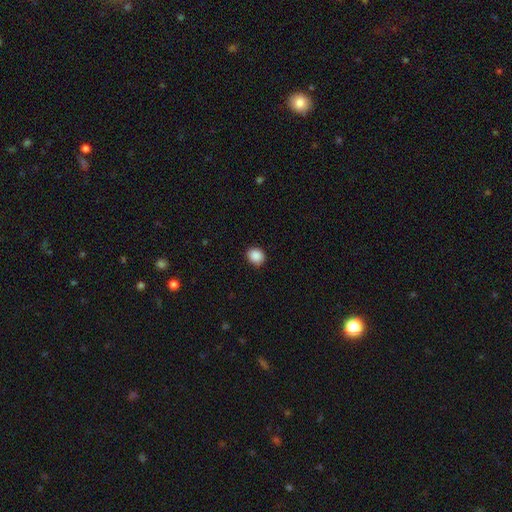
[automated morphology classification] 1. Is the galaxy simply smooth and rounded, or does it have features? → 89% smooth, 8% star or artifact, 2% featured or disk.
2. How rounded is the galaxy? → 71% round, 28% in between, 1% cigar-shaped.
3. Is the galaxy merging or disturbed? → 89% none, 8% minor disturbance, 2% major disturbance, 1% merger.